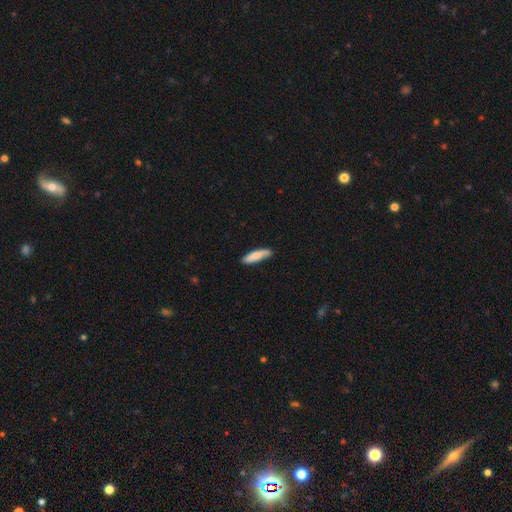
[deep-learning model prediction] This is likely a smooth galaxy (76%). How rounded: likely cigar-shaped (67%). Merging: likely none (76%).